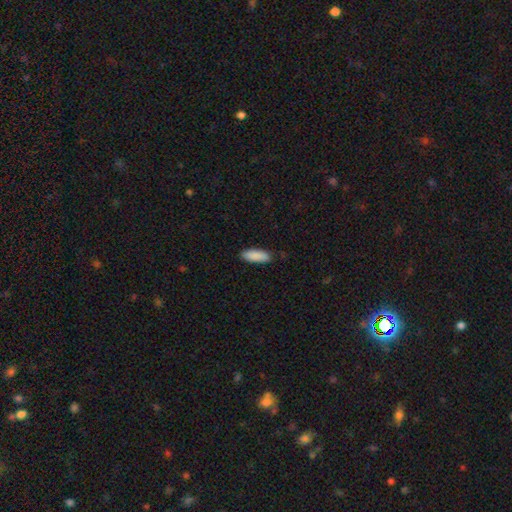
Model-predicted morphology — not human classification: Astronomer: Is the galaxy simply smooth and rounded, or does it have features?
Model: smooth — 90%.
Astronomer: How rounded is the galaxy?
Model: in between — 65%.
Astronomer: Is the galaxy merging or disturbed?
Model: none — 86%.